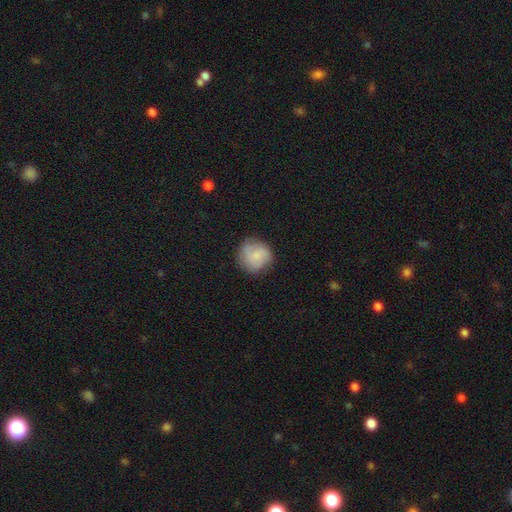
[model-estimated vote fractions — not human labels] Smooth or featured? Predicted: smooth (p=0.73). How rounded? Predicted: round (p=0.91). Merging? Predicted: none (p=0.78).